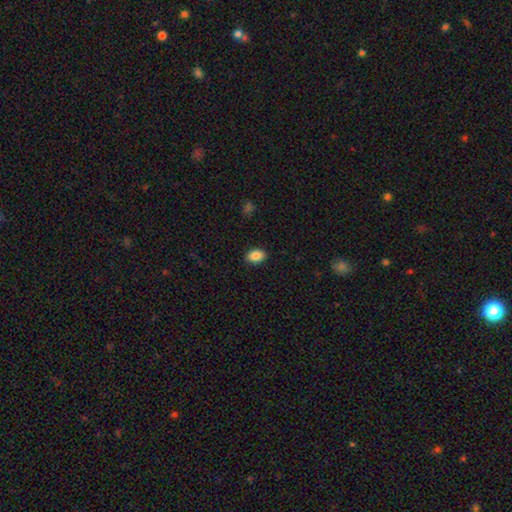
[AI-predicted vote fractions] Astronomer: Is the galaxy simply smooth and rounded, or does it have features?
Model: smooth — 87%.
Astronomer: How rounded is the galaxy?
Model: in between — 84%.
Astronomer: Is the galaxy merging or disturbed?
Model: none — 88%.